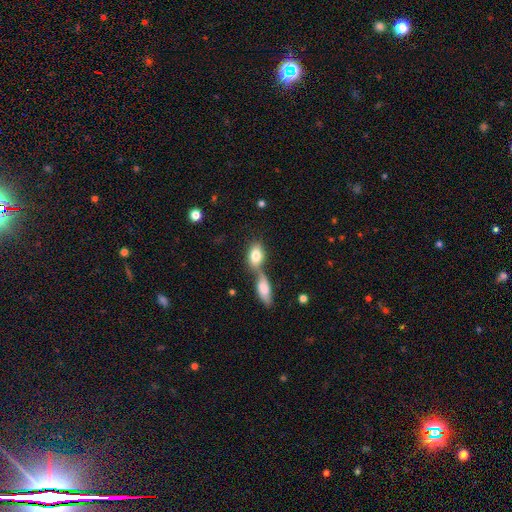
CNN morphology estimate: Smooth or featured? Predicted: smooth (p=0.79). How rounded? Predicted: in between (p=0.85). Merging? Predicted: merger (p=0.54).